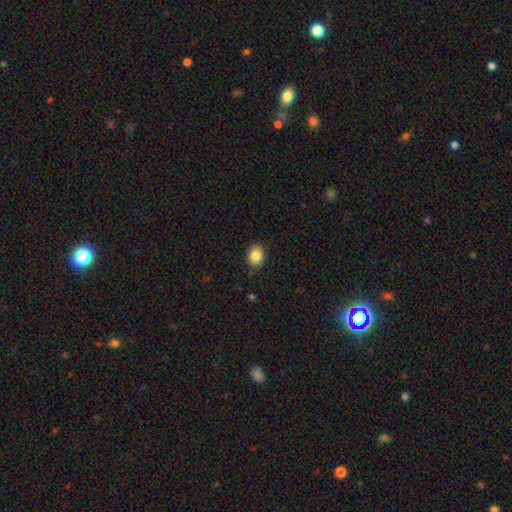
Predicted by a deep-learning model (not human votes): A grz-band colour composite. It shows a smooth galaxy with no disk features (84%) that is in between round and cigar-shaped (56%). Merging: none (88%).